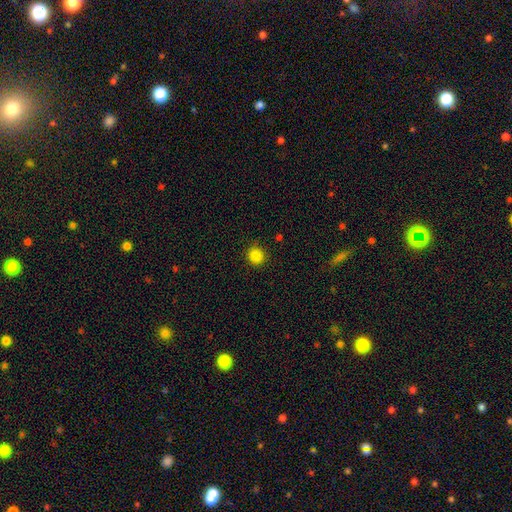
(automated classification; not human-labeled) Smooth or featured: smooth — 86% (star or artifact — 11%)
How rounded: round — 90% (in between — 9%)
Merging: none — 88% (minor disturbance — 8%)